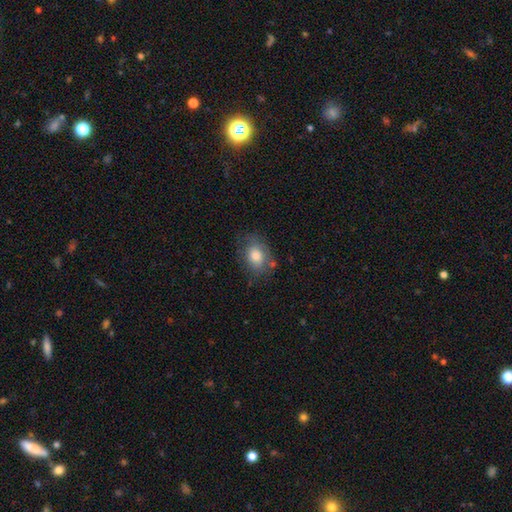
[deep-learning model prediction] Smooth or featured? smooth (77%)
How rounded? in between (66%)
Merging? none (69%)